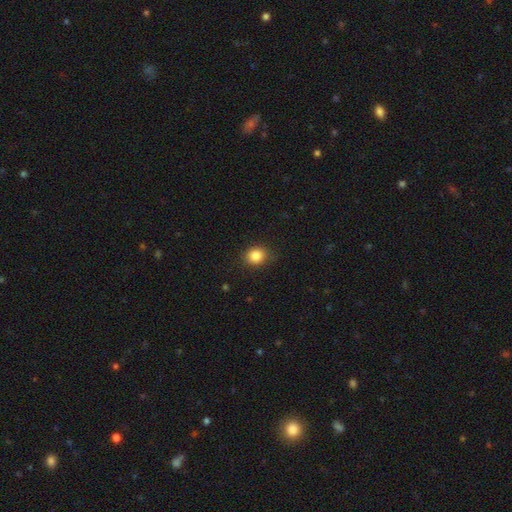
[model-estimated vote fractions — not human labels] This appears to be a smooth galaxy with no disk features (85%) that is round (72%). Merging: none (85%).